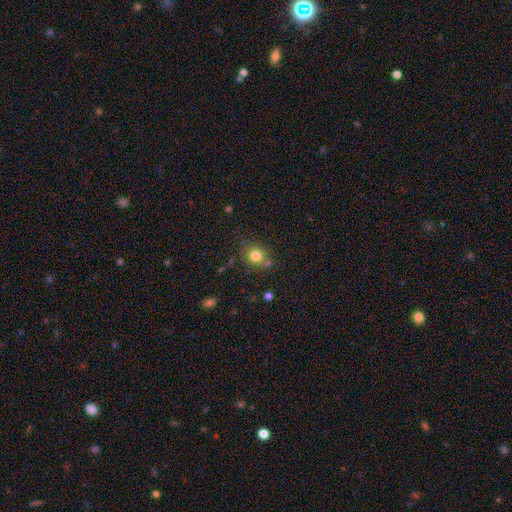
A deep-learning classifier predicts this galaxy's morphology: smooth 80%, star or artifact 13%, featured or disk 8%. Down the decision tree: how rounded — round (85%); merging — none (73%).